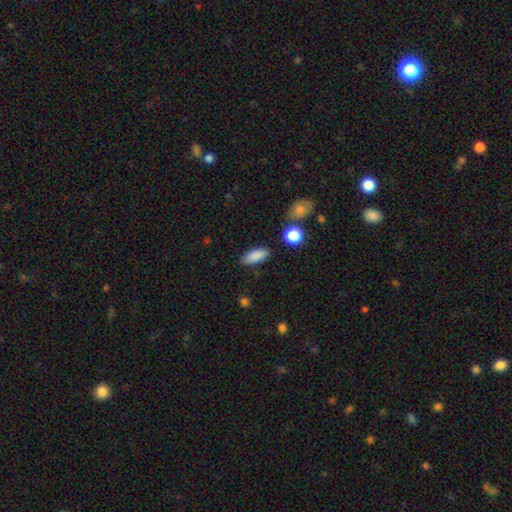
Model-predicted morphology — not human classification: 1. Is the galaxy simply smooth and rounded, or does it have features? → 87% smooth, 8% star or artifact, 5% featured or disk.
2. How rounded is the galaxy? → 79% in between, 18% cigar-shaped, 3% round.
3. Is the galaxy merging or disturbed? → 84% none, 11% minor disturbance, 3% major disturbance, 3% merger.